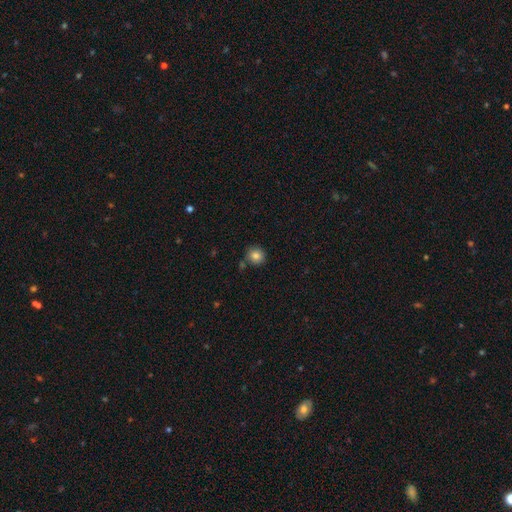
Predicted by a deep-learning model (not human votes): Overall: smooth (82%). How rounded: round (92%). Merging: none (79%).